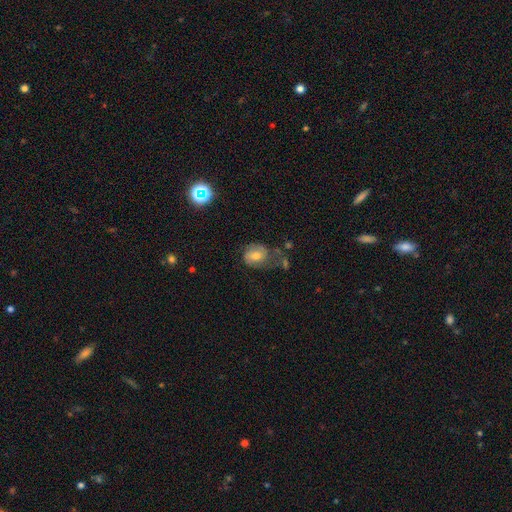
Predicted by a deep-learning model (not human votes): Q: Smooth or featured?
A: smooth (47%); runner-up: featured or disk (42%)
Q: Merging?
A: none (41%); runner-up: minor disturbance (28%)